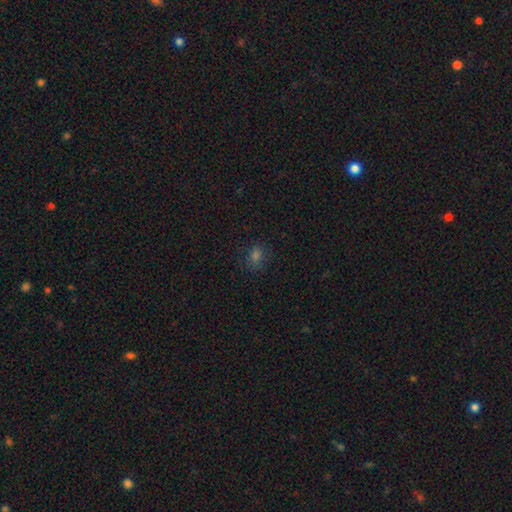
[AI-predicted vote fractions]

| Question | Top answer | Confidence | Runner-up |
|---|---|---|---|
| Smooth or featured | smooth | 70% | star or artifact (23%) |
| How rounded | in between | 52% | round (47%) |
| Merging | none | 82% | minor disturbance (13%) |